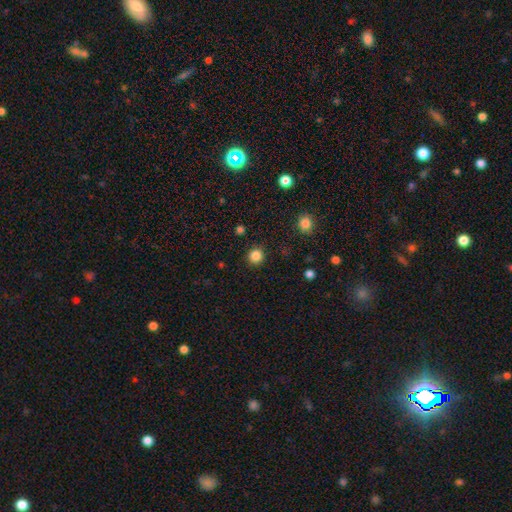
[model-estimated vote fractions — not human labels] smooth-or-featured: smooth: 85% | star or artifact: 12% | featured or disk: 3%
  how-rounded: round: 92% | in between: 7% | cigar-shaped: 1%
  merging: none: 91% | minor disturbance: 6% | major disturbance: 2% | merger: 1%